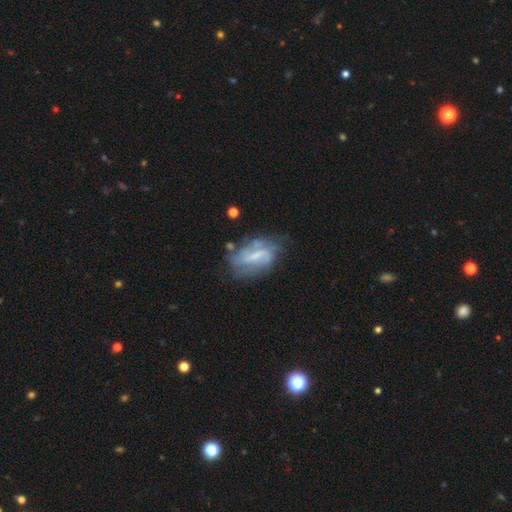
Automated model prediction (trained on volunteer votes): Q: Smooth or featured?
A: featured or disk (68%); runner-up: smooth (24%)
Q: Edge-on disk?
A: no (94%); runner-up: yes (6%)
Q: Bar?
A: weak (47%); runner-up: strong (34%)
Q: Spiral arms?
A: yes (74%); runner-up: no (26%)
Q: Bulge size?
A: small (44%); runner-up: none (27%)
Q: Merging?
A: none (54%); runner-up: minor disturbance (27%)